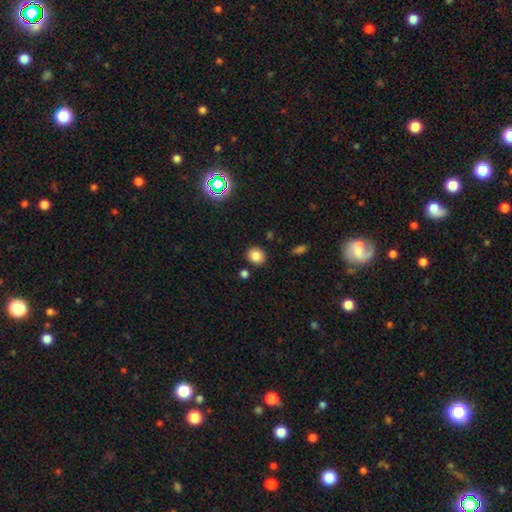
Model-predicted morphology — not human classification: A smooth galaxy with no disk features (83%) that is round (77%).

Vote fractions:
- Smooth or featured? smooth: 83% / star or artifact: 11% / featured or disk: 5%
- How rounded? round: 77% / in between: 22% / cigar-shaped: 1%
- Merging? none: 86% / minor disturbance: 8% / merger: 4% / major disturbance: 2%